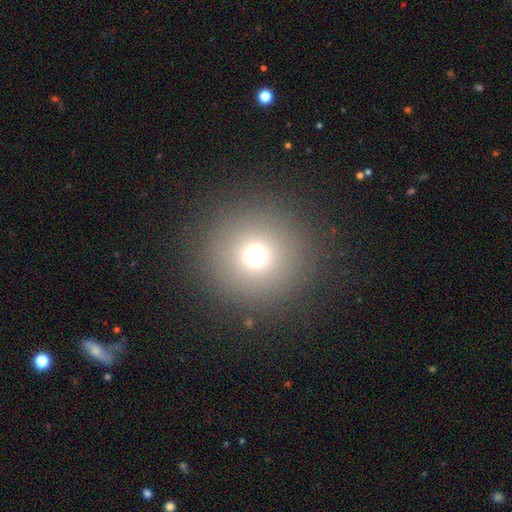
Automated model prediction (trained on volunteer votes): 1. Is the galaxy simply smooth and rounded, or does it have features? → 68% smooth, 23% star or artifact, 9% featured or disk.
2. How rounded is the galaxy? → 96% round, 3% in between, 1% cigar-shaped.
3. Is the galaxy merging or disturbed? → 89% none, 5% minor disturbance, 4% major disturbance, 2% merger.